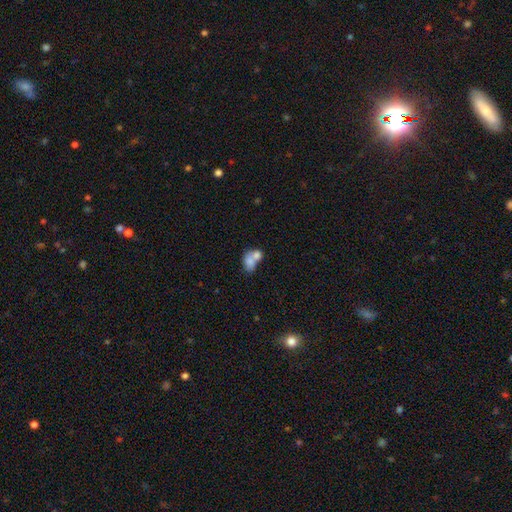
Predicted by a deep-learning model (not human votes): Q: Smooth or featured?
A: smooth (71%); runner-up: featured or disk (20%)
Q: How rounded?
A: in between (67%); runner-up: round (32%)
Q: Merging?
A: merger (70%); runner-up: none (17%)